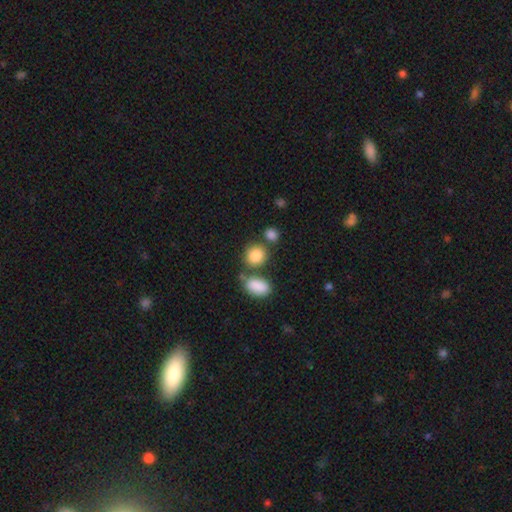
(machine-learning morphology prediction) type=smooth (85%); roundness=round (64%); merging=none (64%).